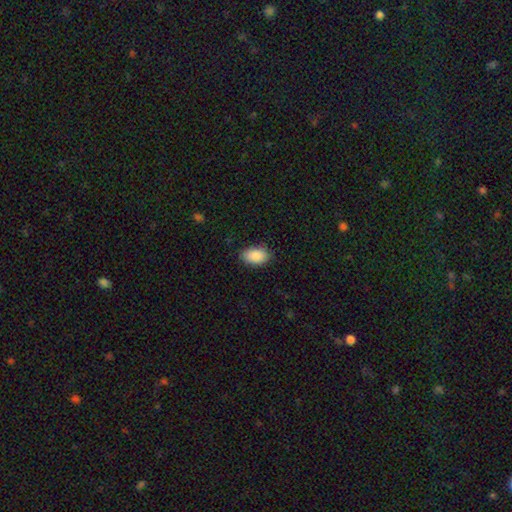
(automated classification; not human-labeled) smooth 89%, star or artifact 7%, featured or disk 5%. Down the decision tree: how rounded — in between (91%); merging — none (83%).